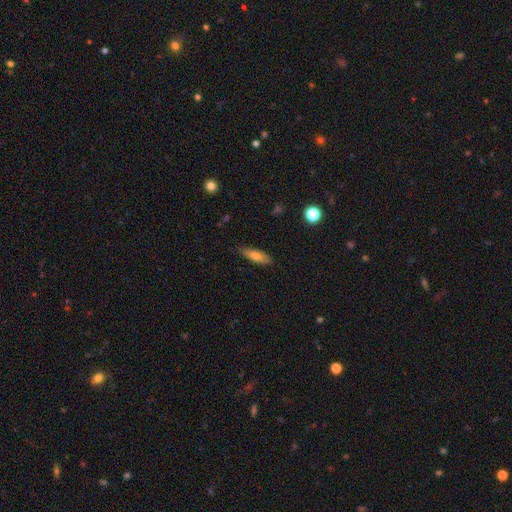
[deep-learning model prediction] Q: Smooth or featured?
A: smooth (68%); runner-up: featured or disk (24%)
Q: How rounded?
A: cigar-shaped (55%); runner-up: in between (42%)
Q: Merging?
A: none (83%); runner-up: minor disturbance (14%)